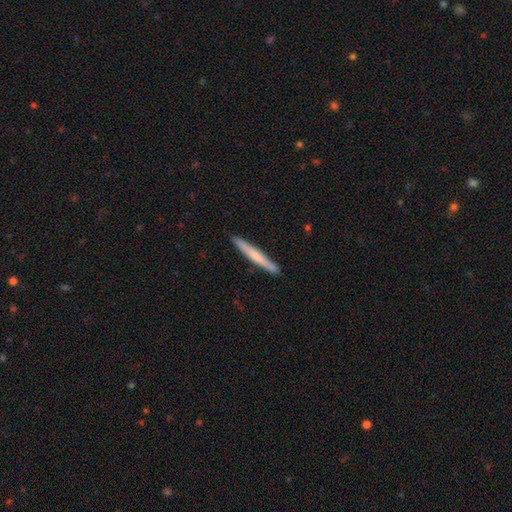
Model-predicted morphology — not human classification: Overall: smooth (57%; featured or disk 38%). How rounded: cigar-shaped (96%). Merging: none (90%).